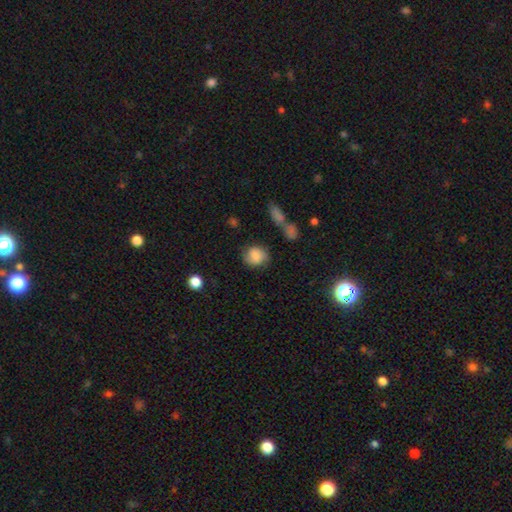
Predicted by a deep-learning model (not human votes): smooth-or-featured: smooth: 70% | featured or disk: 21% | star or artifact: 9%
  how-rounded: round: 71% | in between: 28% | cigar-shaped: 1%
  merging: none: 67% | minor disturbance: 21% | major disturbance: 8% | merger: 4%